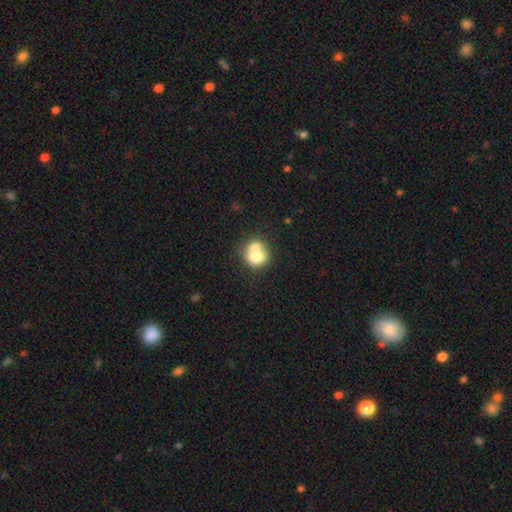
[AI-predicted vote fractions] smooth 71%, featured or disk 20%, star or artifact 9%. Down the decision tree: how rounded — round (59%); merging — merger (60%).